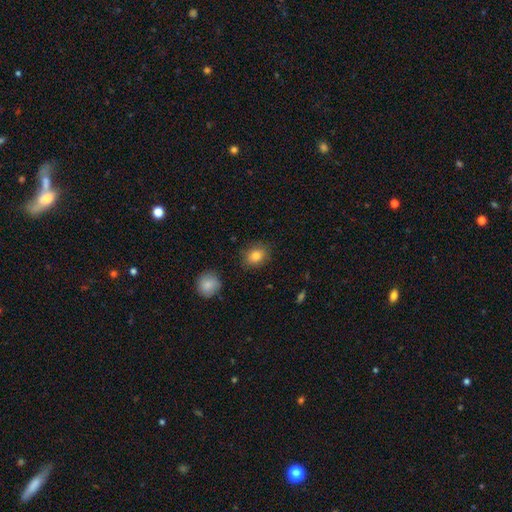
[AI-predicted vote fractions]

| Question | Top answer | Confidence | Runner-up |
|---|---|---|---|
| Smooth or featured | smooth | 84% | star or artifact (9%) |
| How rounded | in between | 53% | round (46%) |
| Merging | none | 83% | minor disturbance (13%) |